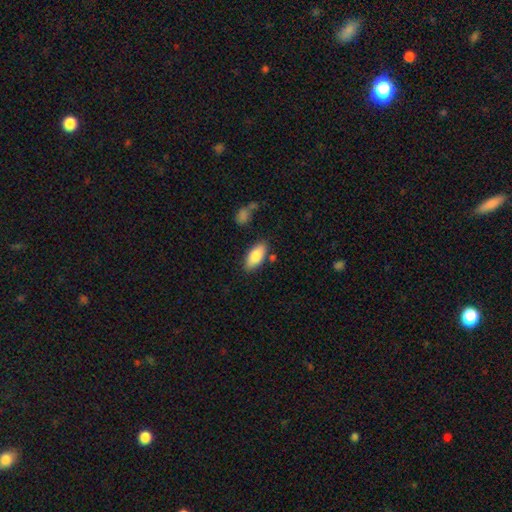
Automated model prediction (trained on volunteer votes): smooth_or_featured: smooth (p=0.81) [alt: featured or disk p=0.12]
how_rounded: in between (p=0.88) [alt: cigar-shaped p=0.10]
merging: none (p=0.82) [alt: minor disturbance p=0.12]